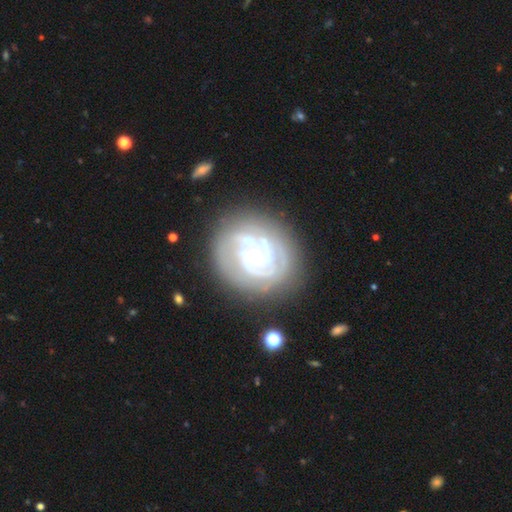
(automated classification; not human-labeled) Smooth or featured?
  - featured or disk: 84% *
  - smooth: 10%
  - star or artifact: 6%
Edge-on disk?
  - no: 98% *
  - yes: 2%
Bar?
  - no: 72% *
  - weak: 20%
  - strong: 8%
Spiral arms?
  - yes: 90% *
  - no: 10%
Spiral winding?
  - tight: 73% *
  - medium: 21%
  - loose: 5%
Spiral arm count?
  - 2: 33% *
  - can't tell: 27%
  - 3: 22%
  - 1: 7%
  - 4: 6%
  - more than 4: 5%
Bulge size?
  - small: 72% *
  - moderate: 21%
  - none: 3%
  - large: 2%
  - dominant: 1%
Merging?
  - none: 71% *
  - minor disturbance: 17%
  - major disturbance: 9%
  - merger: 4%